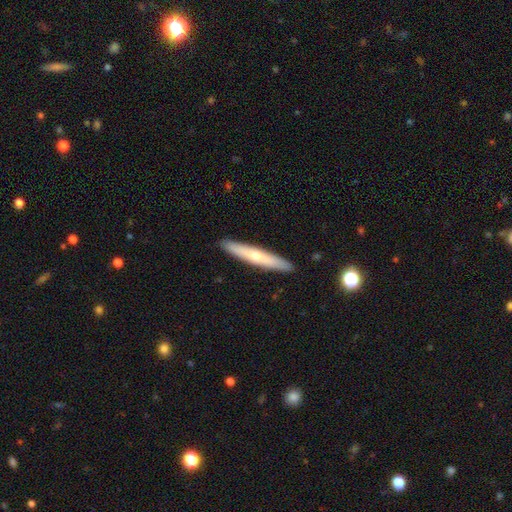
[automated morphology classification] The model was most divided on "smooth or featured": smooth: 48%, featured or disk: 46%, star or artifact: 6%. More confident: merging — none (91%).